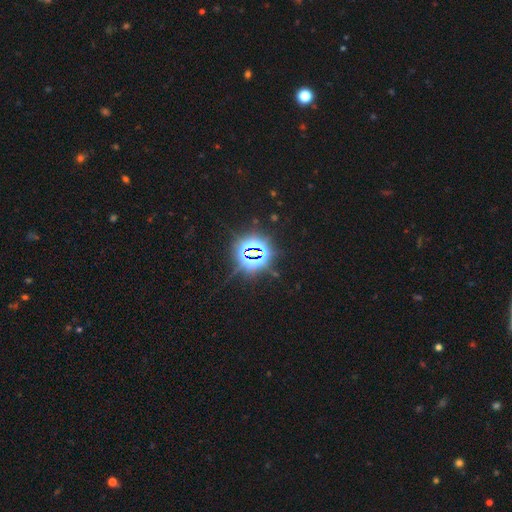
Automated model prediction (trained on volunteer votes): Morphology: type=star or artifact (83%).